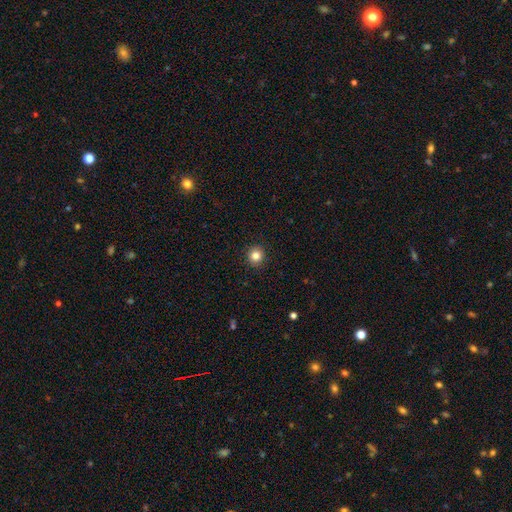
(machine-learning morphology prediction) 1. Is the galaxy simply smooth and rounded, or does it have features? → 83% smooth, 11% star or artifact, 5% featured or disk.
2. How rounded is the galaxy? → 94% round, 5% in between, 1% cigar-shaped.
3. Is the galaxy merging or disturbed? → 93% none, 4% minor disturbance, 2% major disturbance, 1% merger.